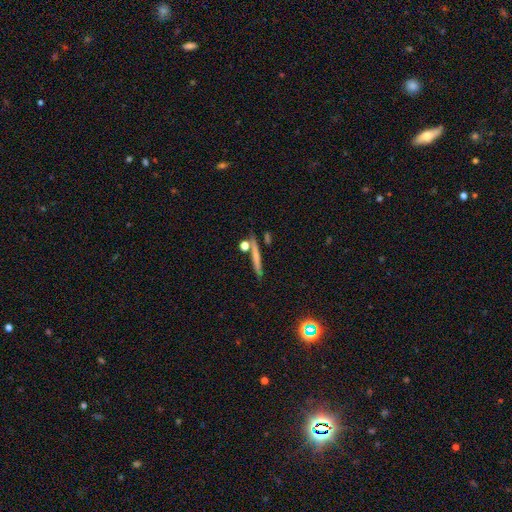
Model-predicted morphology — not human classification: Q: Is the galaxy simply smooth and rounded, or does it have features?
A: smooth — 55%.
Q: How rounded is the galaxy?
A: cigar-shaped — 89%.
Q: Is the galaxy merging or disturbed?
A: none — 79%.